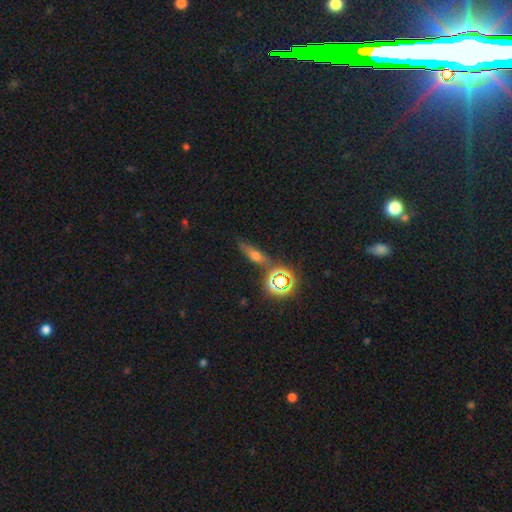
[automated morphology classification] This appears to be a smooth galaxy with no disk features (48%). Merging: none (76%).